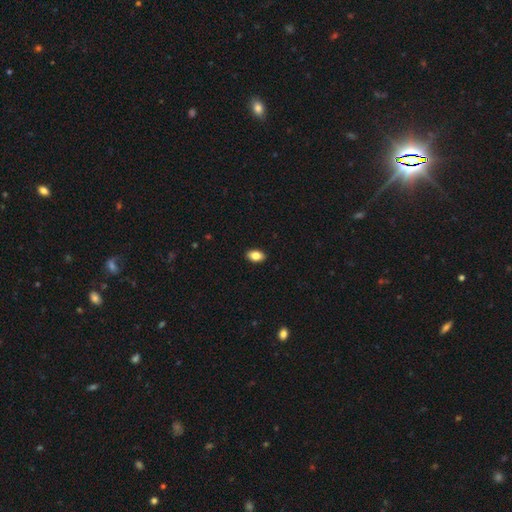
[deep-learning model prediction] Overall: smooth (84%). How rounded: in between (87%). Merging: none (90%).